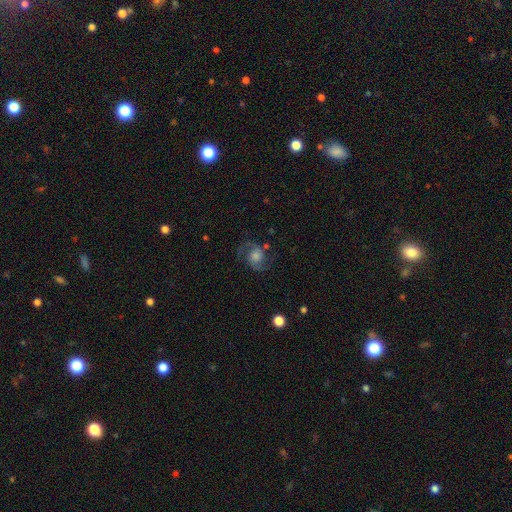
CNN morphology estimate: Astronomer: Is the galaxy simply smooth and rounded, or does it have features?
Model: featured or disk — 82%.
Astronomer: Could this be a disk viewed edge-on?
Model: no — 98%.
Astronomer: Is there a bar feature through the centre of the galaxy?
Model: no — 65%.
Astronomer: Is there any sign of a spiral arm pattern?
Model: yes — 96%.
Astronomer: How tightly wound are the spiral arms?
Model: medium — 57%.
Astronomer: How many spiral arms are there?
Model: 2 — 92%.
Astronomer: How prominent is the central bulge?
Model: moderate — 39% (runner-up: small, 24%).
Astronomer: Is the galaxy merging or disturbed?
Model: none — 77%.